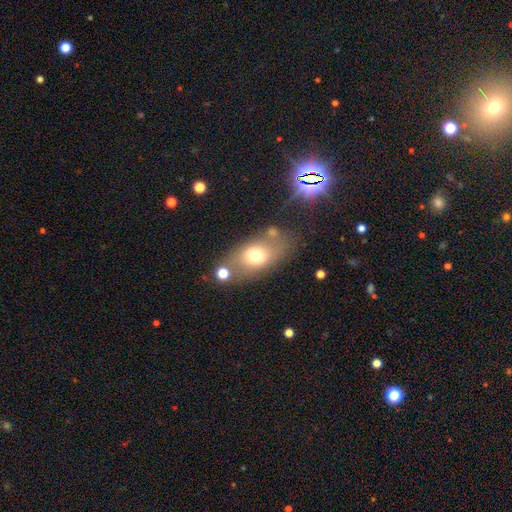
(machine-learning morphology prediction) smooth-or-featured: smooth: 68% | featured or disk: 21% | star or artifact: 11%
  how-rounded: in between: 78% | round: 17% | cigar-shaped: 4%
  merging: none: 60% | minor disturbance: 17% | merger: 13% | major disturbance: 10%